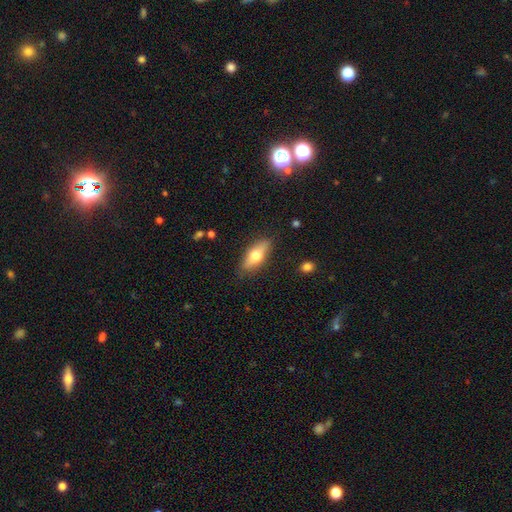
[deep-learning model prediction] Overall: smooth (61%; featured or disk 33%). How rounded: in between (64%; cigar-shaped 32%). Merging: none (84%).